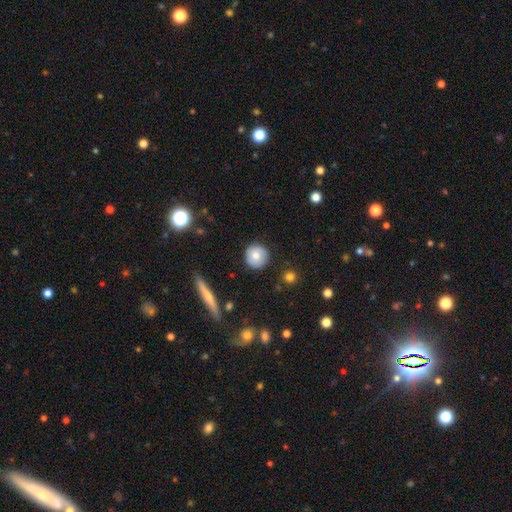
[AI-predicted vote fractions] Overall: smooth (74%). How rounded: round (93%). Merging: none (88%).